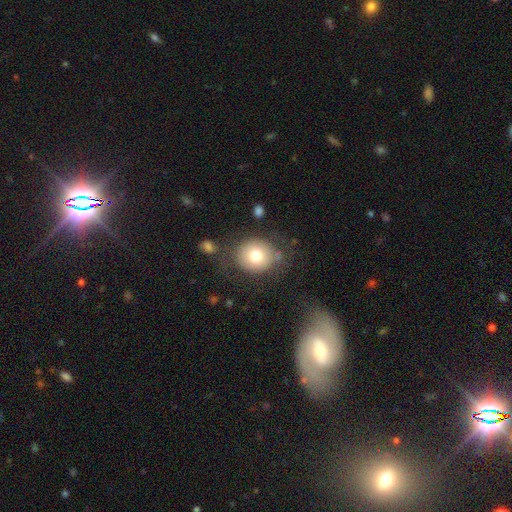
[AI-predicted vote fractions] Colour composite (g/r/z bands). It shows a smooth galaxy with no disk features (75%) that is round (80%). Merging: none (71%).